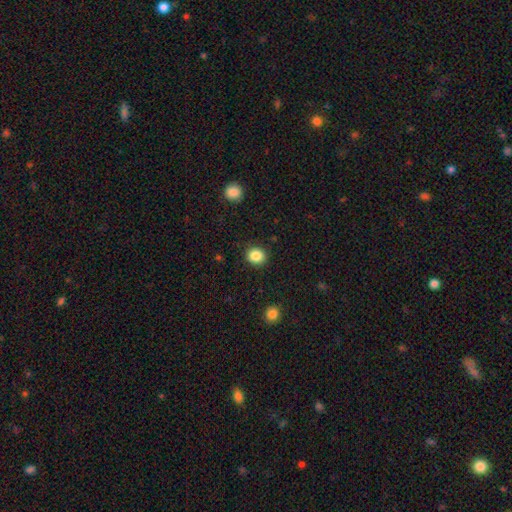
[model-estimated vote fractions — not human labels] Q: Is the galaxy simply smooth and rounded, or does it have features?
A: smooth — 86%.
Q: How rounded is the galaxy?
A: round — 80%.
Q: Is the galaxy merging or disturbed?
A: none — 90%.